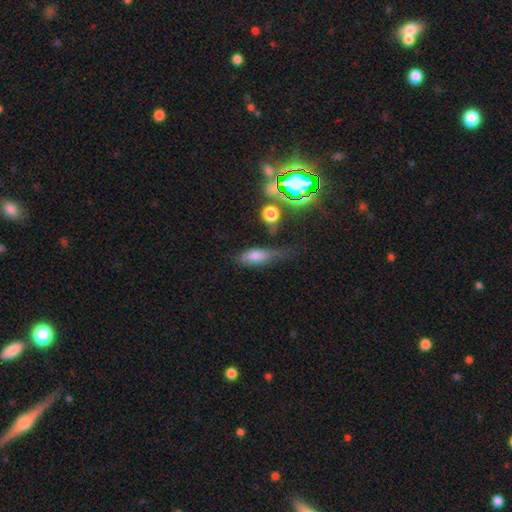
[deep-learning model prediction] Morphology: type=smooth (68%); roundness=in between (66%); merging=none (43%).